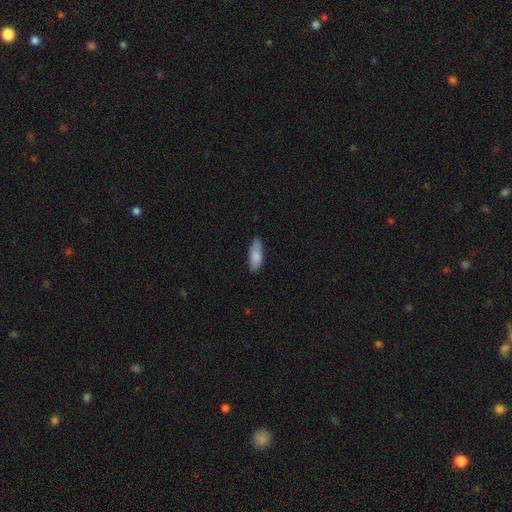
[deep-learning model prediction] Smooth or featured? Predicted: smooth (p=0.82). How rounded? Predicted: in between (p=0.72). Merging? Predicted: none (p=0.79).